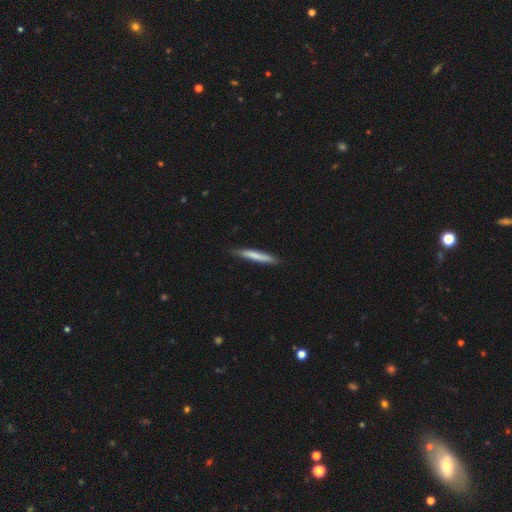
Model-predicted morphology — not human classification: A smooth galaxy with no disk features (71%) that is cigar-shaped (95%).

Vote fractions:
- Smooth or featured? smooth: 71% / featured or disk: 24% / star or artifact: 5%
- How rounded? cigar-shaped: 95% / in between: 4% / round: 1%
- Merging? none: 85% / minor disturbance: 12% / major disturbance: 2% / merger: 1%